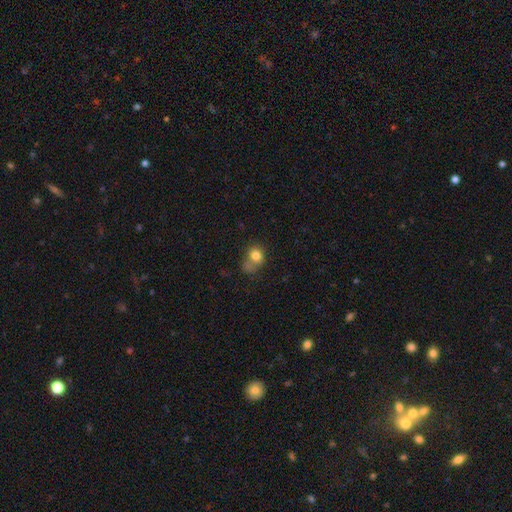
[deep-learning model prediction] smooth-or-featured: smooth: 78% | featured or disk: 11% | star or artifact: 10%
  how-rounded: round: 59% | in between: 40% | cigar-shaped: 1%
  merging: none: 36% | minor disturbance: 23% | merger: 22% | major disturbance: 19%